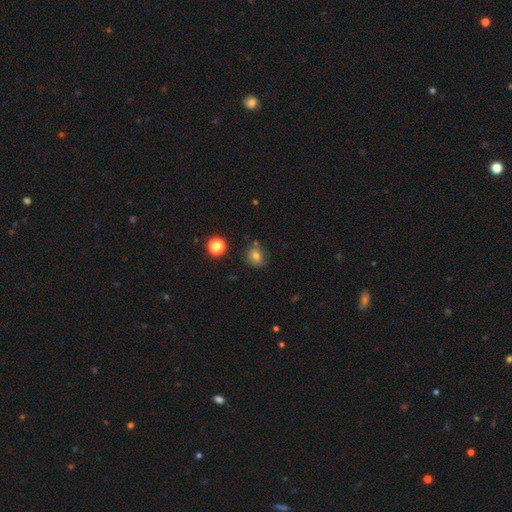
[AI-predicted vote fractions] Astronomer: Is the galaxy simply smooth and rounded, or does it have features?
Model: smooth — 74%.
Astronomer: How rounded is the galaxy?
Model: round — 77%.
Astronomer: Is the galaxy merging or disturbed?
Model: none — 74%.